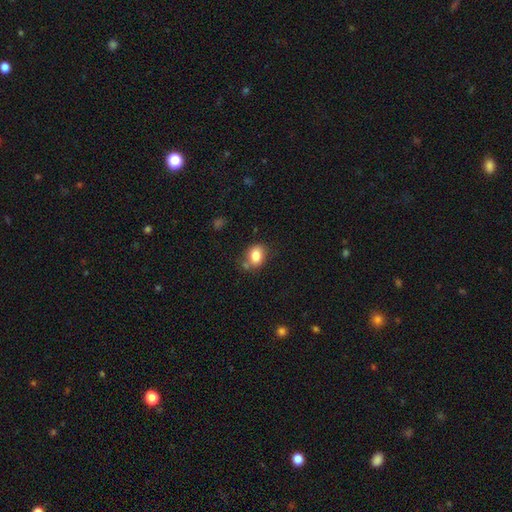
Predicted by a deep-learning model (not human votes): Q: Smooth or featured?
A: smooth (82%); runner-up: star or artifact (9%)
Q: How rounded?
A: in between (65%); runner-up: round (33%)
Q: Merging?
A: none (64%); runner-up: minor disturbance (20%)